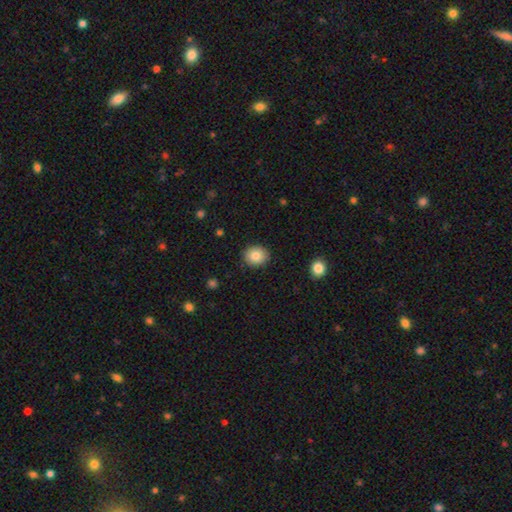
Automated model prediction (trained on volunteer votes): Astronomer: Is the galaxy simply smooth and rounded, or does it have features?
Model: smooth — 84%.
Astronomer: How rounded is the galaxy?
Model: round — 72%.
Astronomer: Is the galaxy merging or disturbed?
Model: none — 89%.